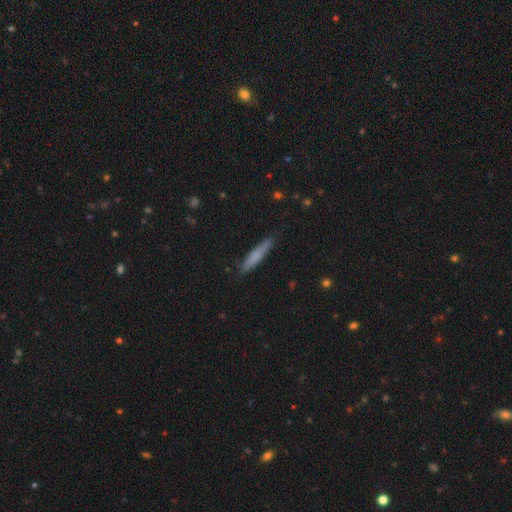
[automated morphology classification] This appears to be a smooth galaxy with no disk features (68%) that is cigar-shaped (92%). Merging: none (85%).